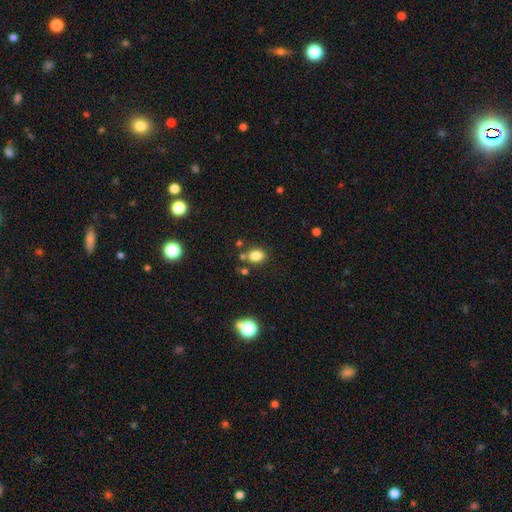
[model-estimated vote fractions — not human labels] This is clearly a smooth galaxy (82%). How rounded: likely in between (71%). Merging: likely none (71%).